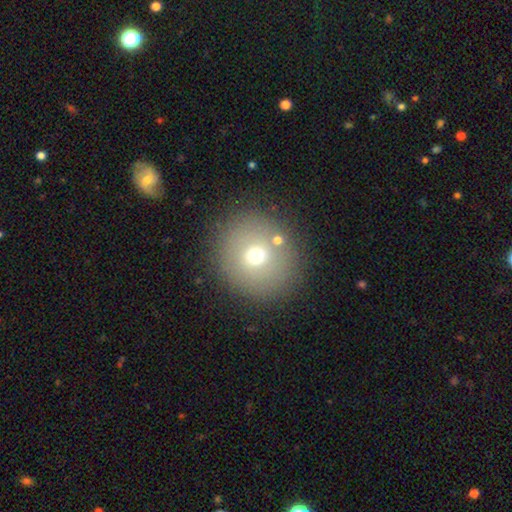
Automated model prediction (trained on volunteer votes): This is likely a smooth galaxy (68%). How rounded: clearly round (91%). Merging: clearly none (84%).